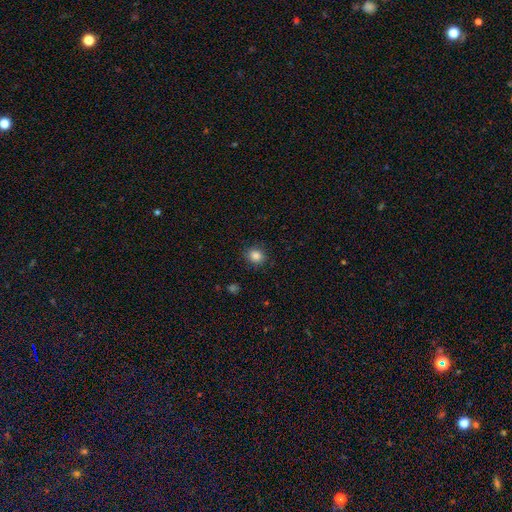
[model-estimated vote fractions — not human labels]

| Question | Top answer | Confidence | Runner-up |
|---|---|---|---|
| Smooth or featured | smooth | 86% | star or artifact (10%) |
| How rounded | round | 72% | in between (27%) |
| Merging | none | 87% | minor disturbance (9%) |